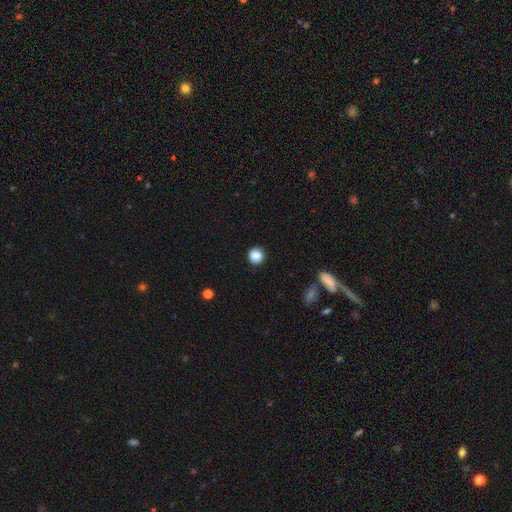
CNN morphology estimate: A smooth galaxy with no disk features (86%) that is round (94%). Merging: none (92%).